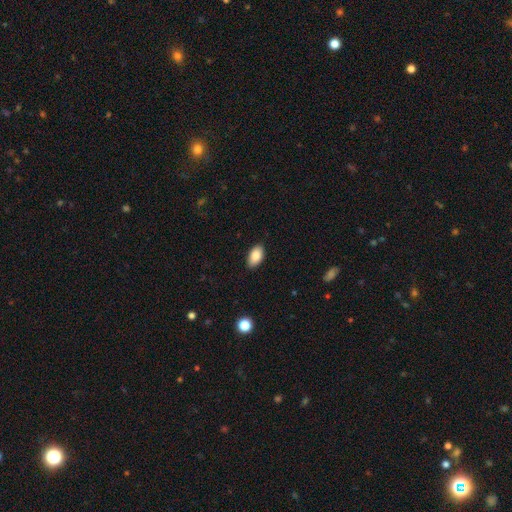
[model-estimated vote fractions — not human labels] smooth 88%, star or artifact 7%, featured or disk 5%. Down the decision tree: how rounded — in between (94%); merging — none (87%).